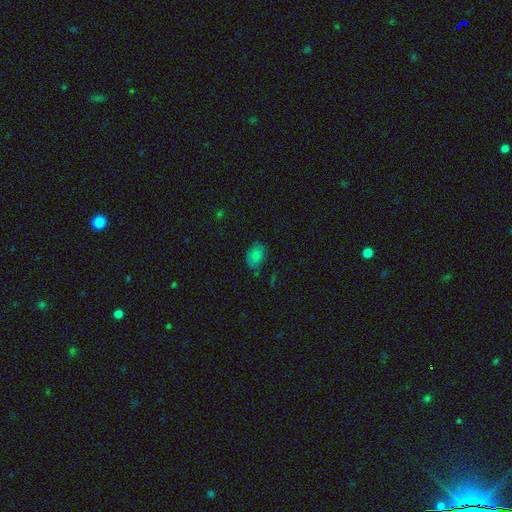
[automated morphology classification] Smooth or featured? smooth (79%)
How rounded? in between (80%)
Merging? none (77%)